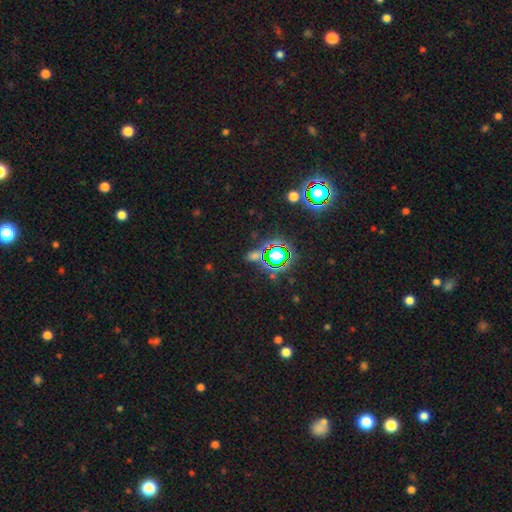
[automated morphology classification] Q: Smooth or featured?
A: star or artifact (63%); runner-up: smooth (29%)